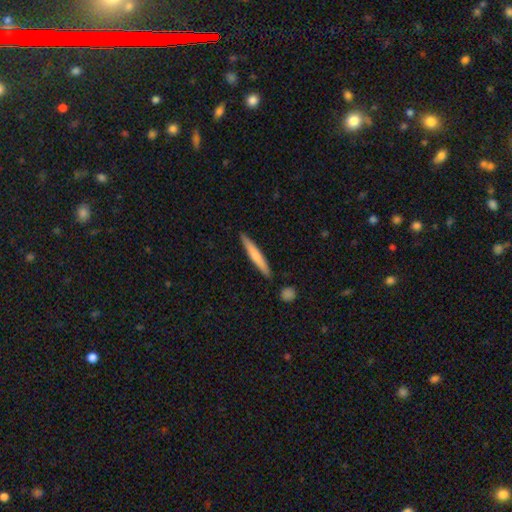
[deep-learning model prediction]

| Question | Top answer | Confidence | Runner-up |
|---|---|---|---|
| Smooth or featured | smooth | 66% | featured or disk (29%) |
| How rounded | cigar-shaped | 95% | in between (4%) |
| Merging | none | 88% | minor disturbance (8%) |